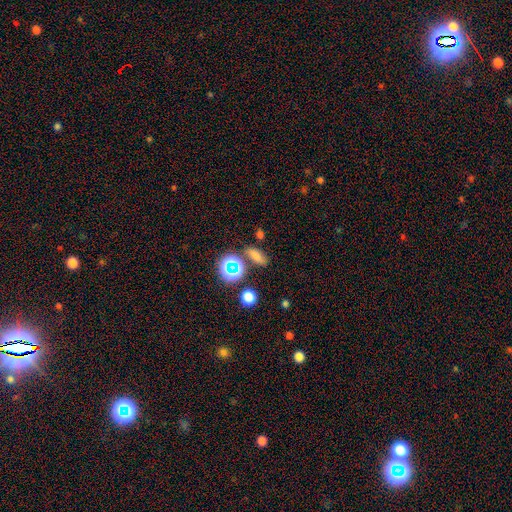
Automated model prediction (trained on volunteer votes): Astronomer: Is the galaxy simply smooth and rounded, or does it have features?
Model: smooth — 67%.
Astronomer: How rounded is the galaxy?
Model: in between — 69%.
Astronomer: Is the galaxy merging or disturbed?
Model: none — 73%.